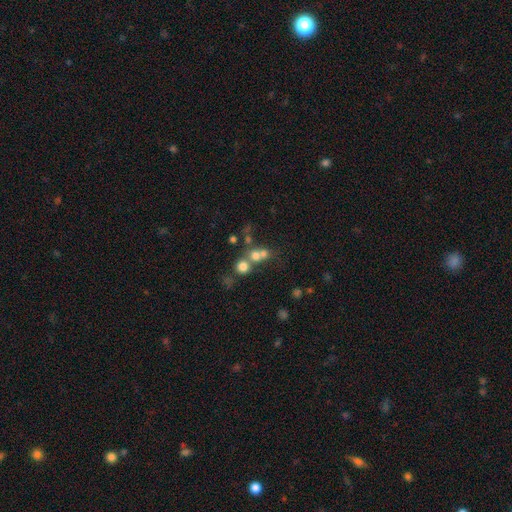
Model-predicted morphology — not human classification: Smooth or featured: smooth — 66% (star or artifact — 17%)
How rounded: round — 82% (in between — 16%)
Merging: merger — 53% (none — 36%)